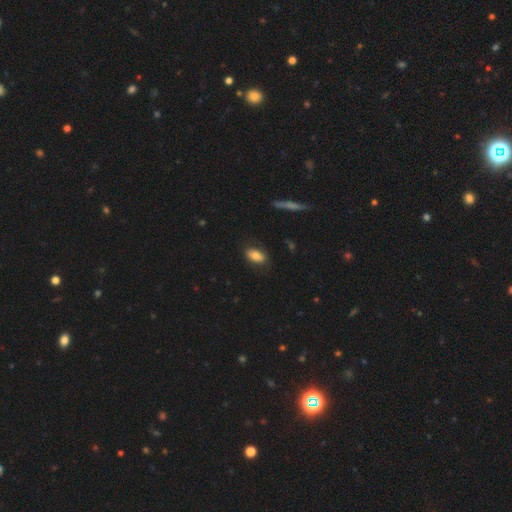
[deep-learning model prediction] Smooth or featured? Predicted: smooth (p=0.80). How rounded? Predicted: in between (p=0.90). Merging? Predicted: none (p=0.81).